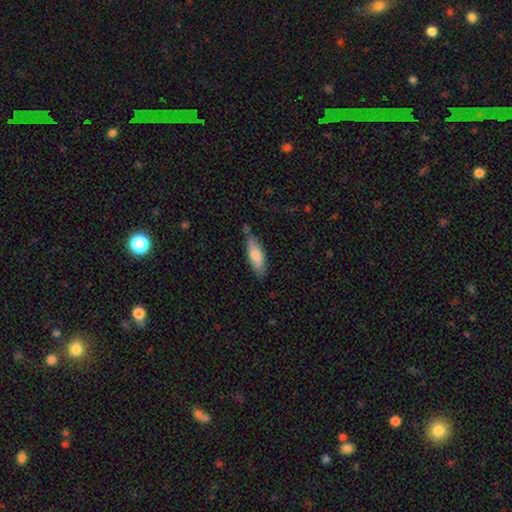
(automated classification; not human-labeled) smooth 77%, featured or disk 17%, star or artifact 6%. Down the decision tree: how rounded — in between (58%); merging — none (61%).